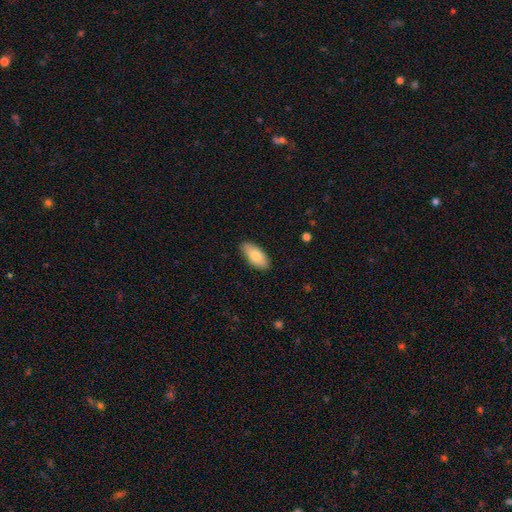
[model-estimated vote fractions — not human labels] This is likely a smooth galaxy (79%). How rounded: clearly in between (90%). Merging: clearly none (85%).